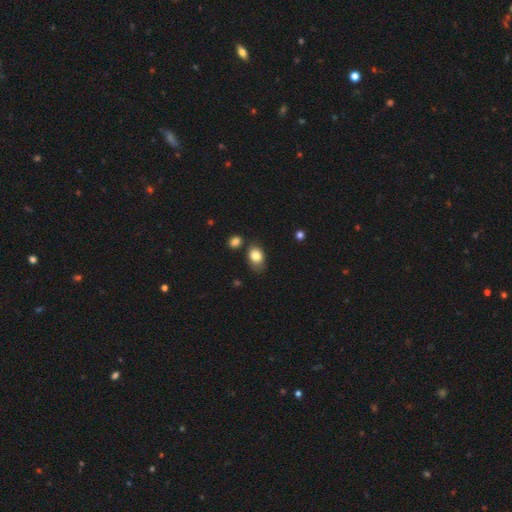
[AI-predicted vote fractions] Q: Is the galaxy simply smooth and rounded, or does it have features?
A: smooth — 83%.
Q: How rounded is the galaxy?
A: in between — 74%.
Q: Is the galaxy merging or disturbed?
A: none — 61%.